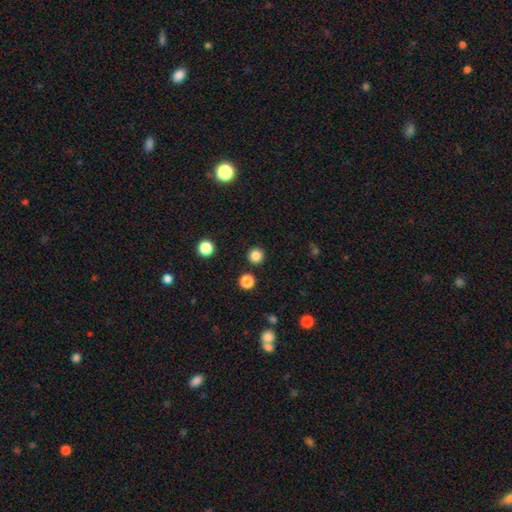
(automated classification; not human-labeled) The model was most divided on "smooth or featured": smooth: 83%, star or artifact: 13%, featured or disk: 3%. More confident: how rounded — round (96%); merging — none (91%).